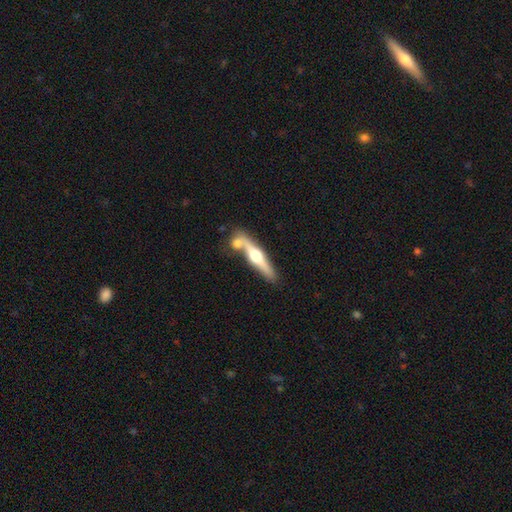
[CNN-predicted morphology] The model was most divided on "merging": none: 58%, merger: 27%, minor disturbance: 11%, major disturbance: 4%. More confident: edge-on bulge — rounded (95%); edge-on disk — yes (94%); smooth or featured — featured or disk (65%).